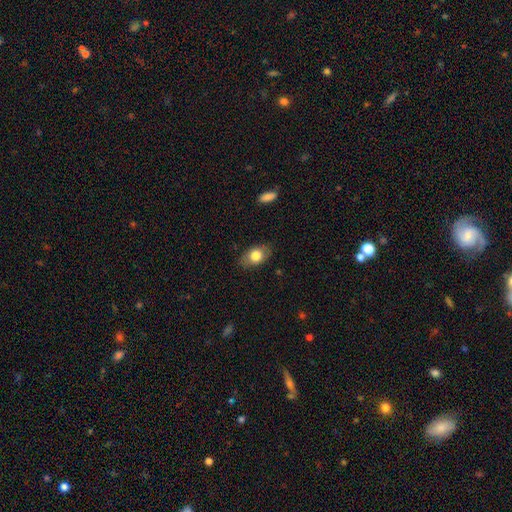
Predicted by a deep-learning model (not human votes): Smooth or featured: smooth — 78% (featured or disk — 15%)
How rounded: in between — 83% (round — 15%)
Merging: none — 81% (minor disturbance — 15%)